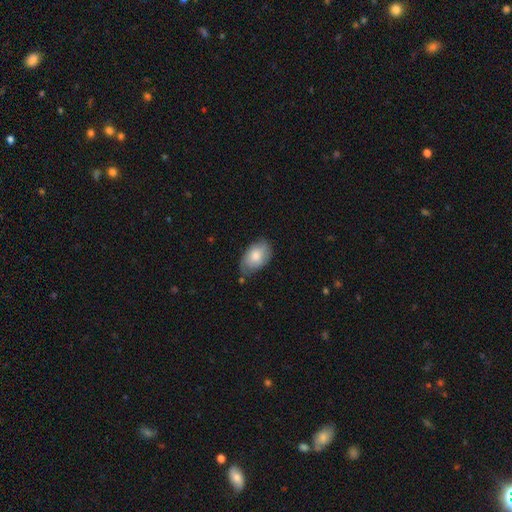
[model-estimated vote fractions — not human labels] smooth-or-featured: smooth: 75% | featured or disk: 19% | star or artifact: 6%
  how-rounded: in between: 92% | round: 7% | cigar-shaped: 1%
  merging: none: 62% | minor disturbance: 30% | major disturbance: 6% | merger: 3%